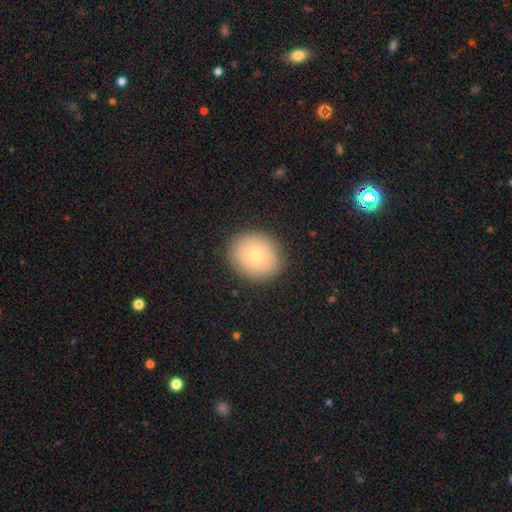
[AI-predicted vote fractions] smooth_or_featured: smooth (p=0.71) [alt: featured or disk p=0.19]
how_rounded: round (p=0.73) [alt: in between p=0.27]
merging: none (p=0.89) [alt: minor disturbance p=0.07]